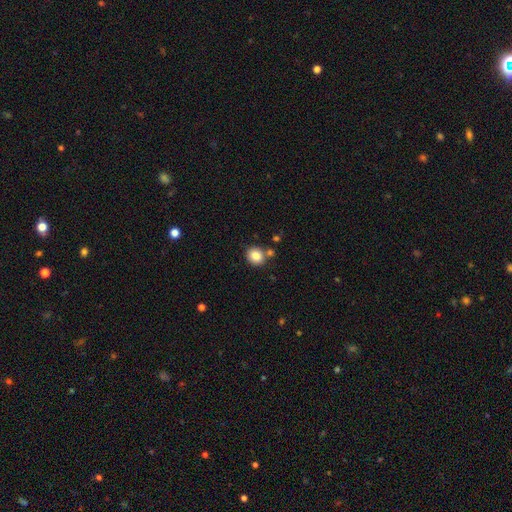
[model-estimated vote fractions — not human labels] A smooth galaxy with no disk features (83%) that is round (76%).

Vote fractions:
- Smooth or featured? smooth: 83% / star or artifact: 10% / featured or disk: 7%
- How rounded? round: 76% / in between: 23% / cigar-shaped: 1%
- Merging? none: 72% / merger: 14% / minor disturbance: 11% / major disturbance: 3%